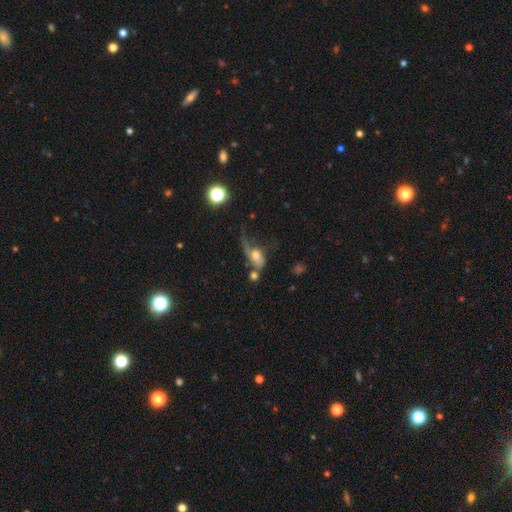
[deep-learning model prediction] Overall: smooth (54%; featured or disk 35%). How rounded: in between (72%). Merging: major disturbance (45%; merger 19%).